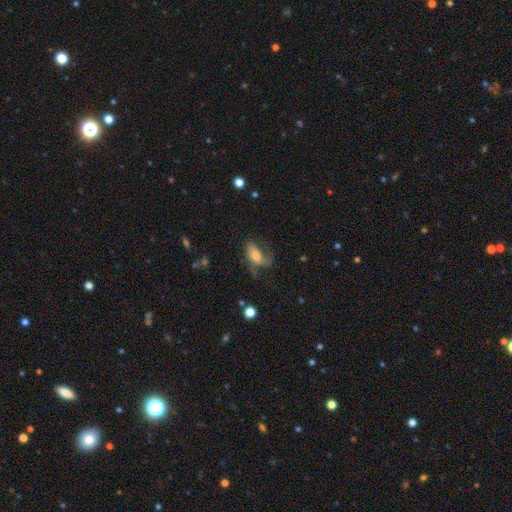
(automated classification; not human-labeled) Q: Smooth or featured?
A: featured or disk (48%); runner-up: smooth (42%)
Q: Merging?
A: none (37%); runner-up: major disturbance (34%)